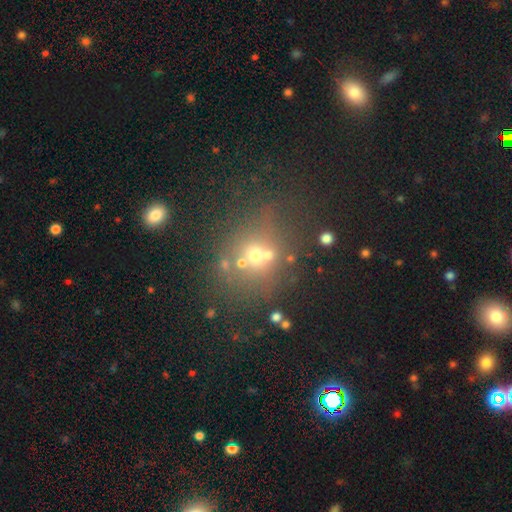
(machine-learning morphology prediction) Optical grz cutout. It shows a smooth galaxy with no disk features (51%) that is round (77%). Merging: none (53%).